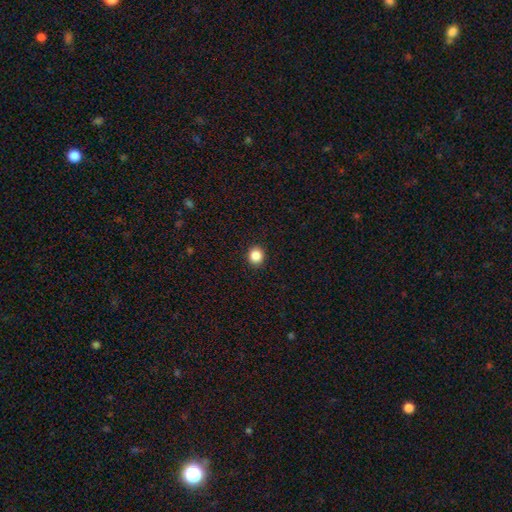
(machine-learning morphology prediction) Q: Smooth or featured?
A: smooth (87%); runner-up: star or artifact (10%)
Q: How rounded?
A: round (88%); runner-up: in between (11%)
Q: Merging?
A: none (93%); runner-up: minor disturbance (5%)